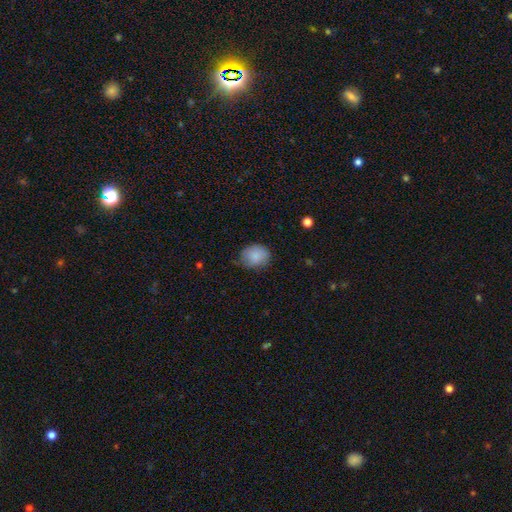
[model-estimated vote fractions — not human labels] Smooth or featured?
  - smooth: 85% *
  - star or artifact: 7%
  - featured or disk: 7%
How rounded?
  - round: 52% *
  - in between: 47%
  - cigar-shaped: 1%
Merging?
  - none: 70% *
  - minor disturbance: 24%
  - major disturbance: 5%
  - merger: 1%